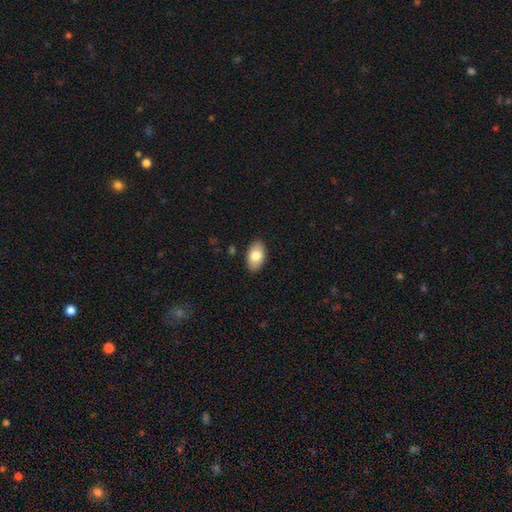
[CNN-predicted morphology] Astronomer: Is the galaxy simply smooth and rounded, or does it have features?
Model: smooth — 82%.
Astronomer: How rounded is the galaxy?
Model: in between — 93%.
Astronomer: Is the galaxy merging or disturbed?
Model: none — 88%.